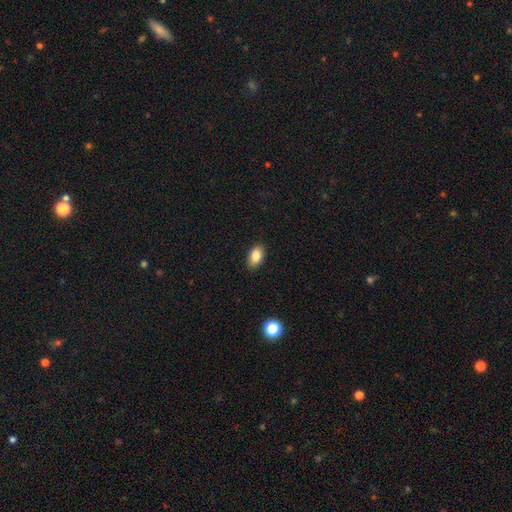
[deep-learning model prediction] smooth-or-featured: smooth: 86% | star or artifact: 8% | featured or disk: 6%
  how-rounded: in between: 90% | round: 8% | cigar-shaped: 2%
  merging: none: 88% | minor disturbance: 9% | major disturbance: 2% | merger: 1%